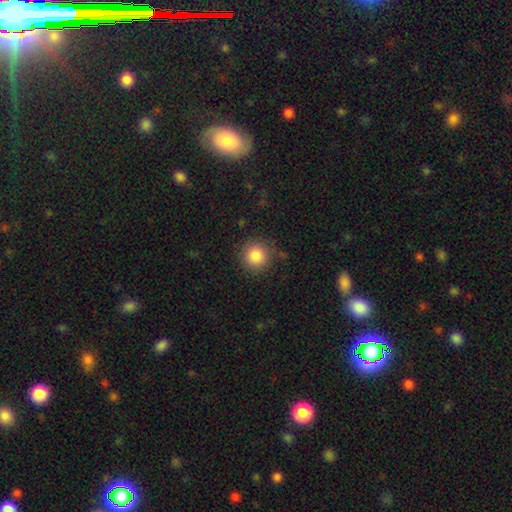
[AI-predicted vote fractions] A smooth galaxy with no disk features (85%) that is round (94%). Merging: none (85%).